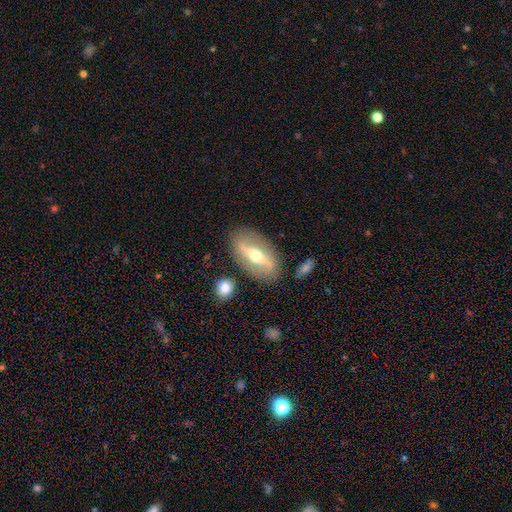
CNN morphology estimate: Q: Smooth or featured?
A: featured or disk (66%); runner-up: smooth (28%)
Q: Edge-on disk?
A: no (71%); runner-up: yes (29%)
Q: Merging?
A: none (79%); runner-up: minor disturbance (13%)